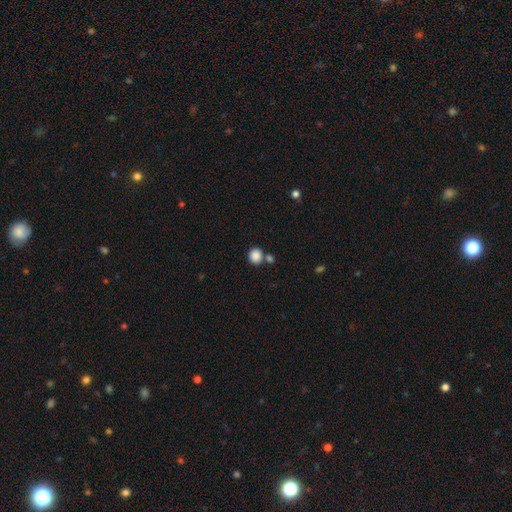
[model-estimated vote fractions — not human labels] Overall: smooth (87%). How rounded: round (85%). Merging: none (71%).